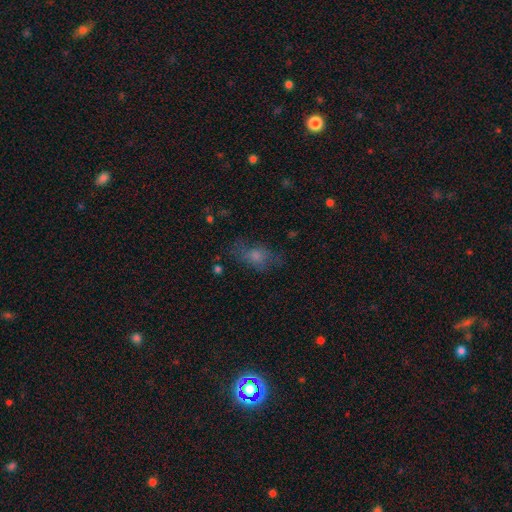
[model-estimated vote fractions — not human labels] Q: Smooth or featured?
A: smooth (60%); runner-up: featured or disk (23%)
Q: How rounded?
A: in between (77%); runner-up: round (17%)
Q: Merging?
A: none (62%); runner-up: minor disturbance (21%)